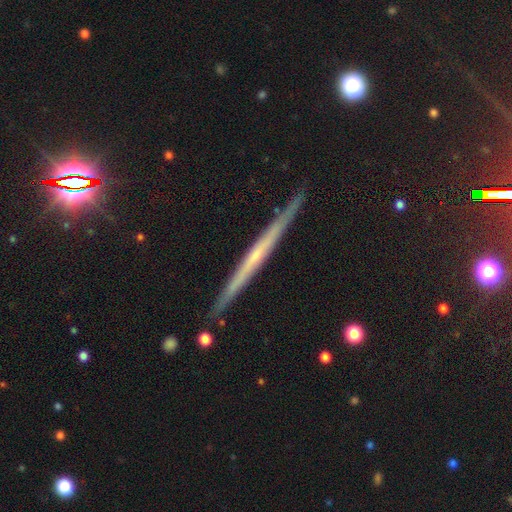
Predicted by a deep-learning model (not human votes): A featured or disk galaxy (68%) viewed edge-on (97%) with no central bulge (66%).

Vote fractions:
- Smooth or featured? featured or disk: 68% / smooth: 17% / star or artifact: 15%
- Edge-on disk? yes: 97% / no: 3%
- Edge-on bulge? none: 66% / rounded: 27% / boxy: 7%
- Merging? none: 89% / minor disturbance: 8% / major disturbance: 1% / merger: 1%